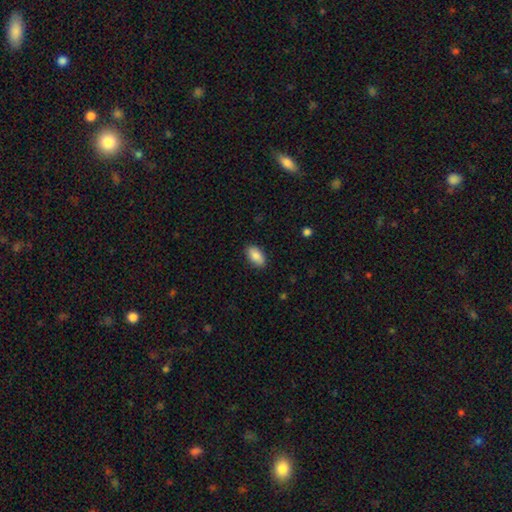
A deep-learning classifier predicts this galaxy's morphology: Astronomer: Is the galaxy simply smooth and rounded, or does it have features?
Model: smooth — 86%.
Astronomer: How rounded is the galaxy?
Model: in between — 93%.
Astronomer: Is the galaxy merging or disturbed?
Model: none — 86%.